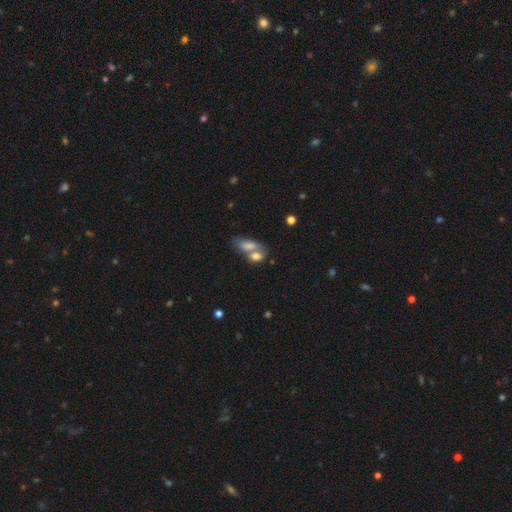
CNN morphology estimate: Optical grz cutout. It shows a smooth galaxy with no disk features (75%) that is in between round and cigar-shaped (83%). Merging: merger (62%).